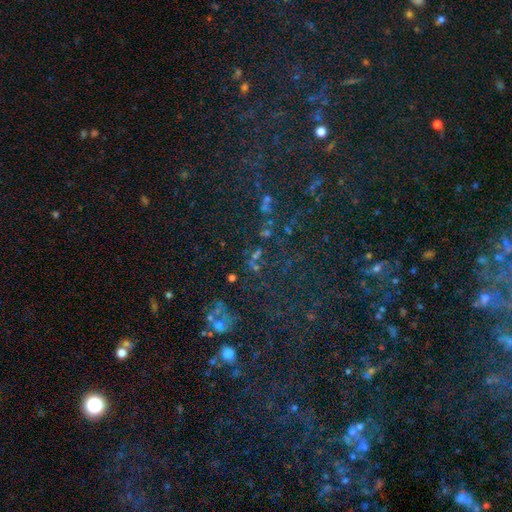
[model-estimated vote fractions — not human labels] This is likely a star or artifact rather than a galaxy (64%).